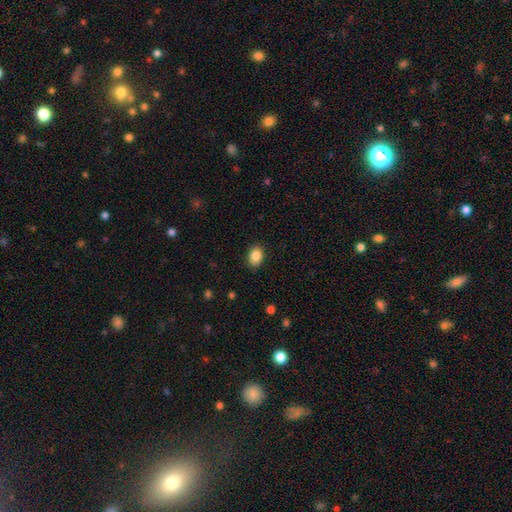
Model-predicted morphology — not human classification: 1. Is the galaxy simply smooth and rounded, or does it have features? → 87% smooth, 8% star or artifact, 5% featured or disk.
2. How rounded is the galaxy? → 74% in between, 25% round, 1% cigar-shaped.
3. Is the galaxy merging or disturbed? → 87% none, 10% minor disturbance, 2% major disturbance, 1% merger.